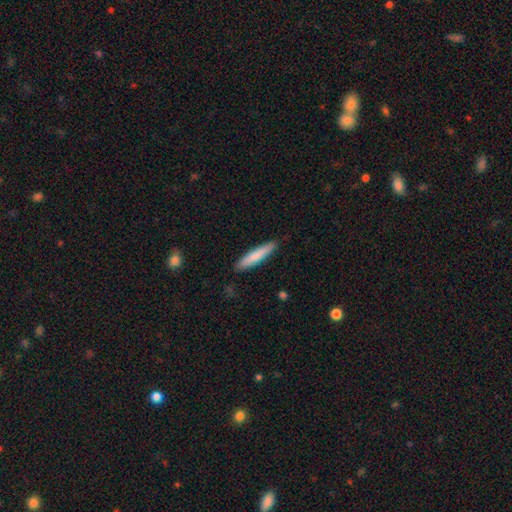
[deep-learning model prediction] smooth_or_featured: smooth (p=0.78) [alt: featured or disk p=0.17]
how_rounded: cigar-shaped (p=0.88) [alt: in between p=0.10]
merging: none (p=0.89) [alt: minor disturbance p=0.09]